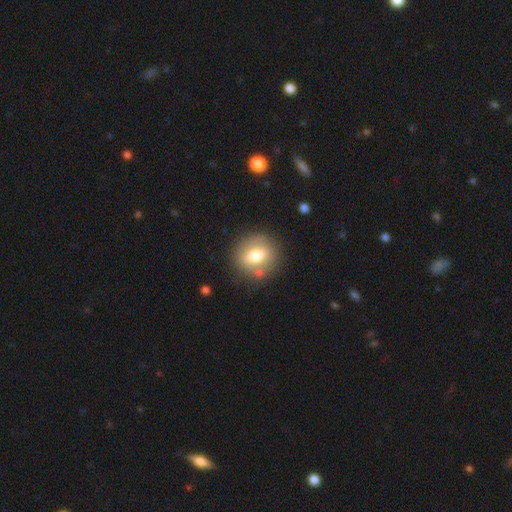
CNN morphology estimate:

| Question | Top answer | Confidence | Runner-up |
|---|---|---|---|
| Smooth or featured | smooth | 65% | featured or disk (27%) |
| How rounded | round | 76% | in between (23%) |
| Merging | none | 80% | minor disturbance (11%) |